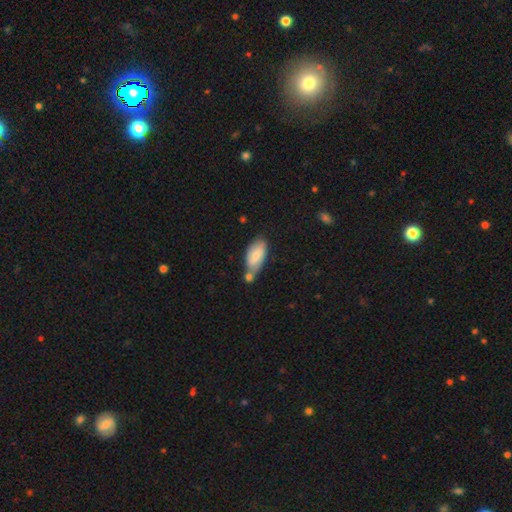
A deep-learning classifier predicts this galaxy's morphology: Q: Smooth or featured?
A: smooth (73%); runner-up: featured or disk (21%)
Q: How rounded?
A: in between (91%); runner-up: cigar-shaped (7%)
Q: Merging?
A: none (45%); runner-up: merger (30%)